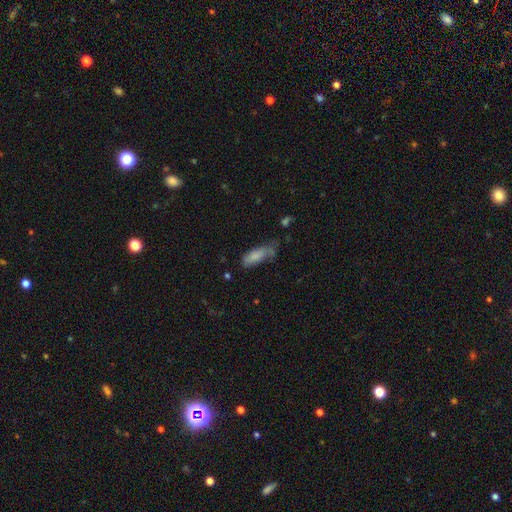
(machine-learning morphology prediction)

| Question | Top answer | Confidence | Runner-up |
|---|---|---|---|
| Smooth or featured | smooth | 78% | featured or disk (15%) |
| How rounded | in between | 59% | cigar-shaped (39%) |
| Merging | none | 40% | minor disturbance (36%) |